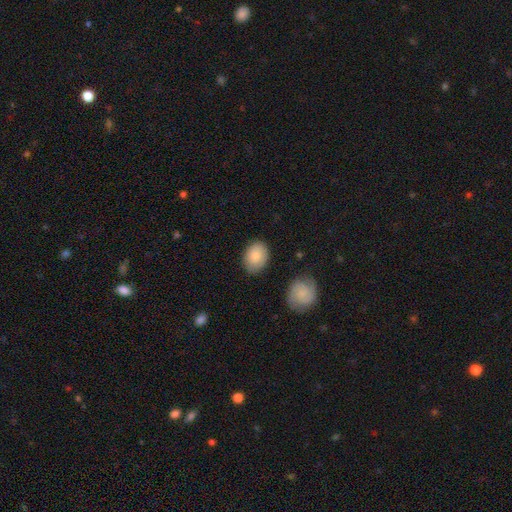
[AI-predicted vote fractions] This appears to be a smooth galaxy with no disk features (85%) that is in between round and cigar-shaped (74%). Merging: none (79%).